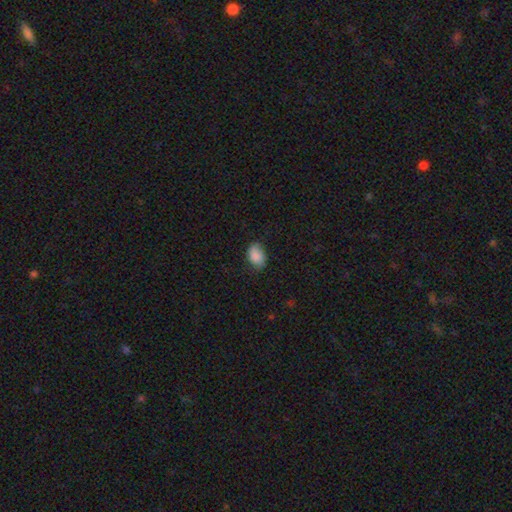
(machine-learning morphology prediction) Smooth or featured: smooth — 84% (featured or disk — 8%)
How rounded: in between — 84% (round — 15%)
Merging: none — 68% (minor disturbance — 25%)